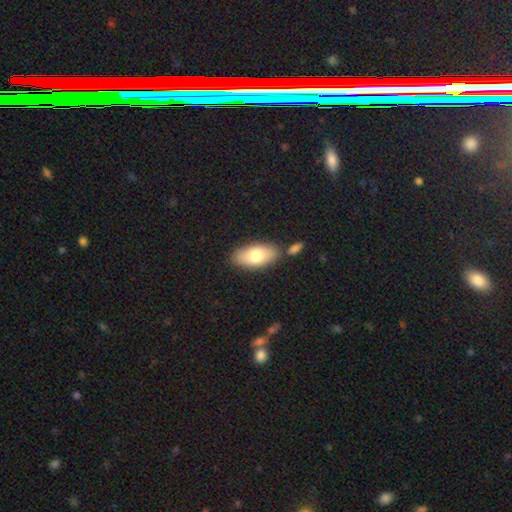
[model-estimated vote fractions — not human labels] Q: Smooth or featured?
A: smooth (76%); runner-up: featured or disk (17%)
Q: How rounded?
A: in between (92%); runner-up: cigar-shaped (4%)
Q: Merging?
A: none (75%); runner-up: minor disturbance (11%)